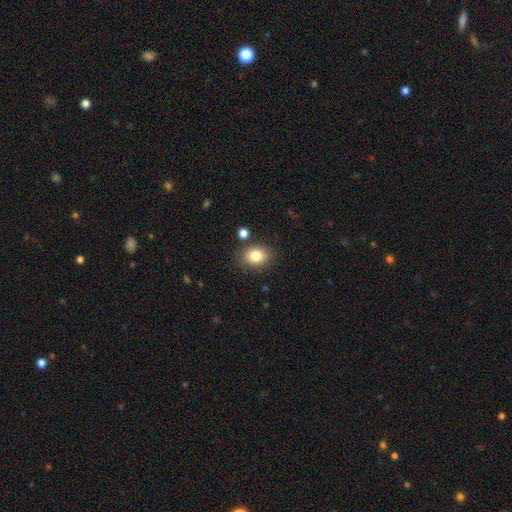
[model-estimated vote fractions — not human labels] Smooth or featured: smooth — 82% (star or artifact — 10%)
How rounded: in between — 57% (round — 42%)
Merging: none — 81% (minor disturbance — 11%)